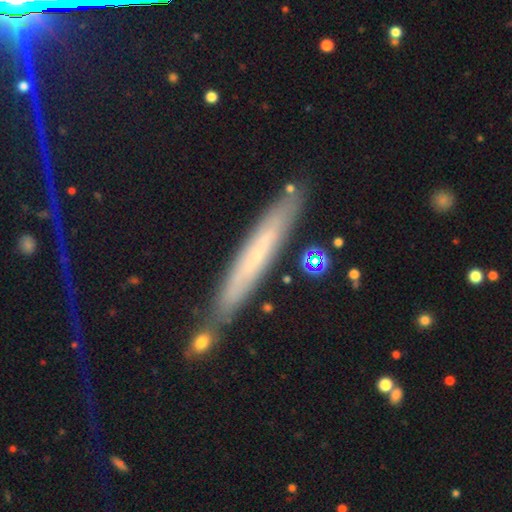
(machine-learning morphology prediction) Overall: smooth (46%; featured or disk 44%). Merging: none (81%).